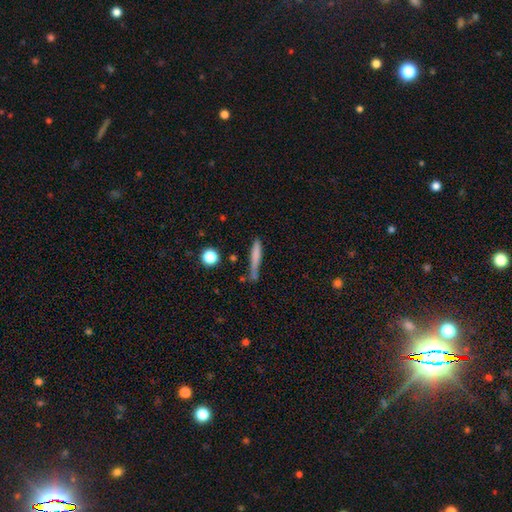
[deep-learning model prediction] Smooth or featured: smooth — 70% (featured or disk — 21%)
How rounded: cigar-shaped — 92% (in between — 6%)
Merging: none — 62% (minor disturbance — 23%)